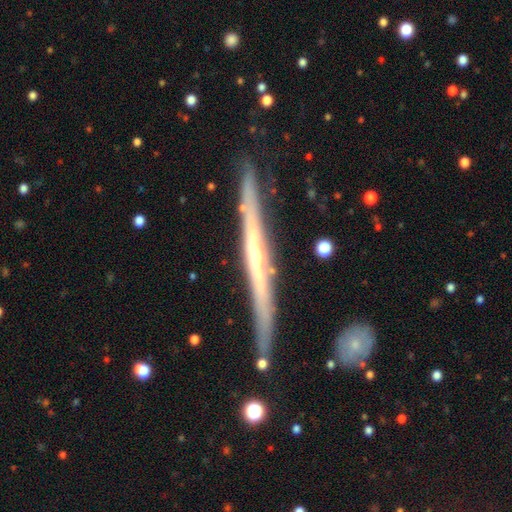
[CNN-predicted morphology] Q: Smooth or featured?
A: featured or disk (81%); runner-up: smooth (13%)
Q: Edge-on disk?
A: yes (96%); runner-up: no (4%)
Q: Edge-on bulge?
A: none (49%); runner-up: rounded (46%)
Q: Merging?
A: none (84%); runner-up: minor disturbance (11%)